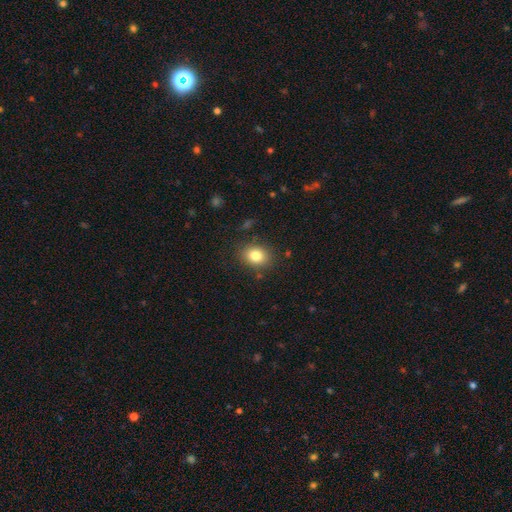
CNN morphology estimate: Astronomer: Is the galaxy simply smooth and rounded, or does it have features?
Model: smooth — 81%.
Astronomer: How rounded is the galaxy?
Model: in between — 55% (runner-up: round, 44%).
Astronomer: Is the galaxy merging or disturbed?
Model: none — 84%.